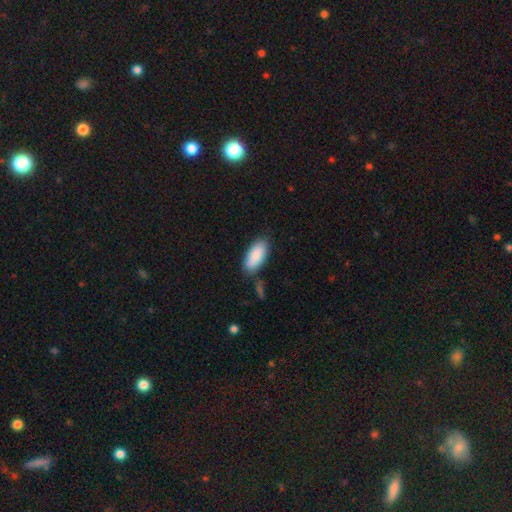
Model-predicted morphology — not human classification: smooth-or-featured: smooth: 89% | featured or disk: 6% | star or artifact: 6%
  how-rounded: in between: 89% | cigar-shaped: 9% | round: 2%
  merging: none: 74% | minor disturbance: 16% | merger: 6% | major disturbance: 4%